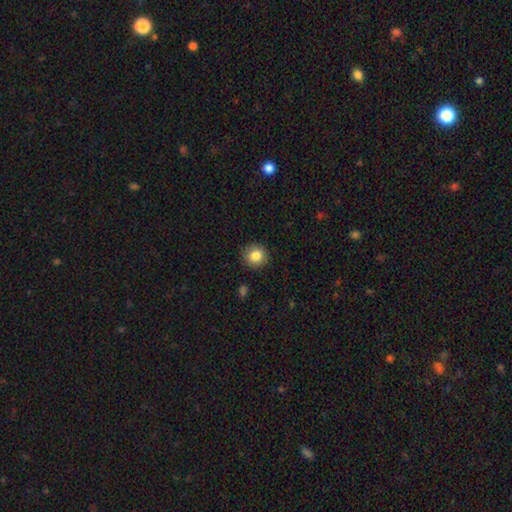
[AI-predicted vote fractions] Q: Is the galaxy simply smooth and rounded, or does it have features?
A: smooth — 84%.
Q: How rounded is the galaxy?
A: round — 90%.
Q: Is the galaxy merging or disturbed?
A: none — 90%.